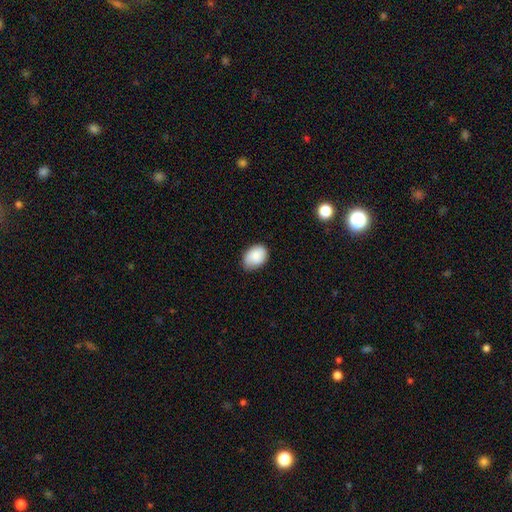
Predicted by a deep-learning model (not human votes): Overall: smooth (86%). How rounded: in between (77%). Merging: none (71%).